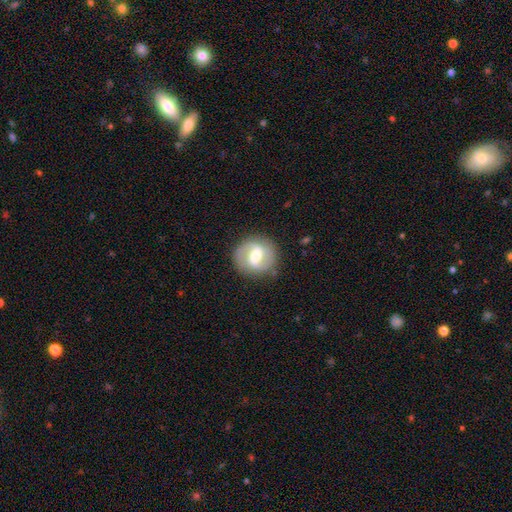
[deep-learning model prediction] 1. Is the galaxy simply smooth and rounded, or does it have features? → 70% featured or disk, 24% smooth, 6% star or artifact.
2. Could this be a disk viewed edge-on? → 97% no, 3% yes.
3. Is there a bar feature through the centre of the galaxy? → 48% weak, 37% strong, 16% no.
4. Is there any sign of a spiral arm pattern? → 81% yes, 19% no.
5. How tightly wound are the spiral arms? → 48% medium, 30% tight, 22% loose.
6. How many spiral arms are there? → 87% 2, 7% can't tell, 3% 1, 1% 3, 1% 4, 1% more than 4.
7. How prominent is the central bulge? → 66% moderate, 21% small, 11% large, 1% none, 1% dominant.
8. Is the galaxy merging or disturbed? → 85% none, 10% minor disturbance, 4% major disturbance, 1% merger.